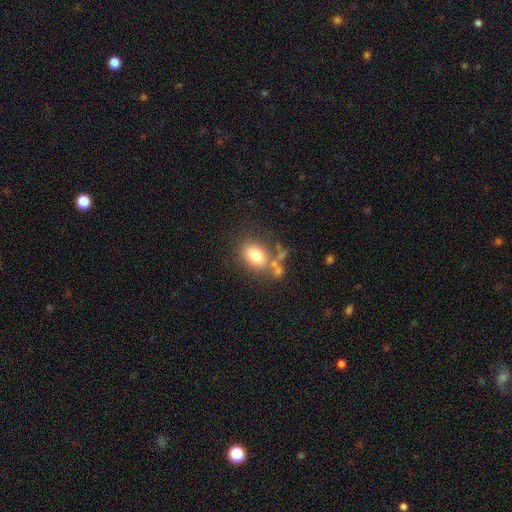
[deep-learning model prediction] smooth_or_featured: smooth (p=0.77) [alt: featured or disk p=0.13]
how_rounded: in between (p=0.67) [alt: round p=0.31]
merging: none (p=0.60) [alt: minor disturbance p=0.17]